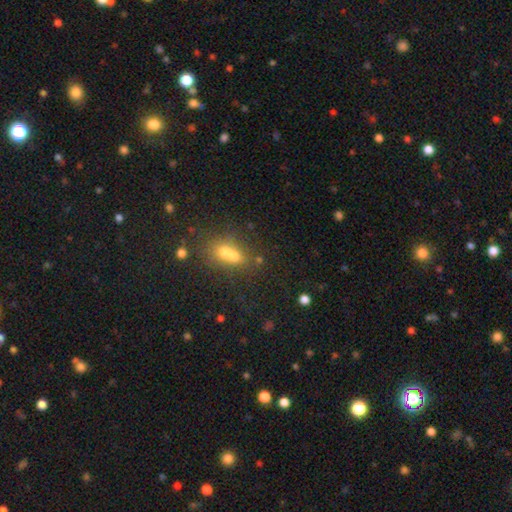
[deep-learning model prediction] This appears to be a smooth galaxy with no disk features (59%) that is in between round and cigar-shaped (73%). Merging: none (80%).